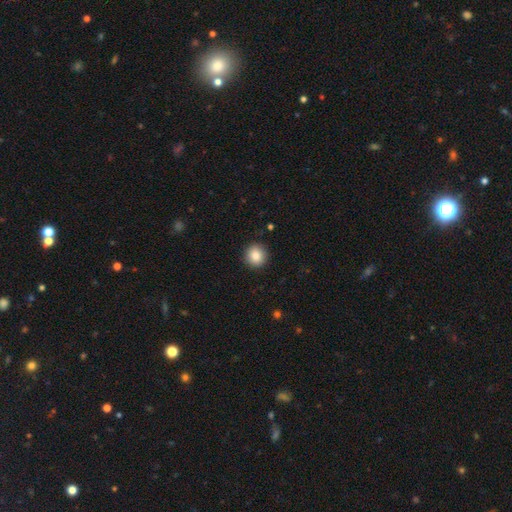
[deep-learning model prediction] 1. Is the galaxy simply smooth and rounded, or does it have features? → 86% smooth, 9% star or artifact, 5% featured or disk.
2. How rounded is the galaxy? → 92% round, 7% in between, 1% cigar-shaped.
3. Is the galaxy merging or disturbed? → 91% none, 6% minor disturbance, 2% major disturbance, 1% merger.